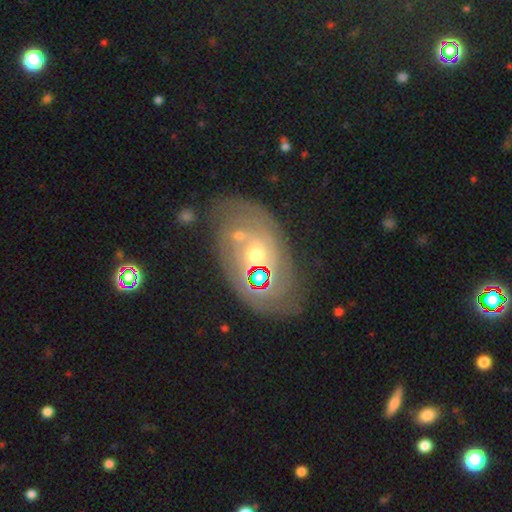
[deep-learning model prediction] This appears to be a featured or disk galaxy (66%) with no bar (74%), spiral arms (68%) and a moderate central bulge (57%). Merging: none (59%).